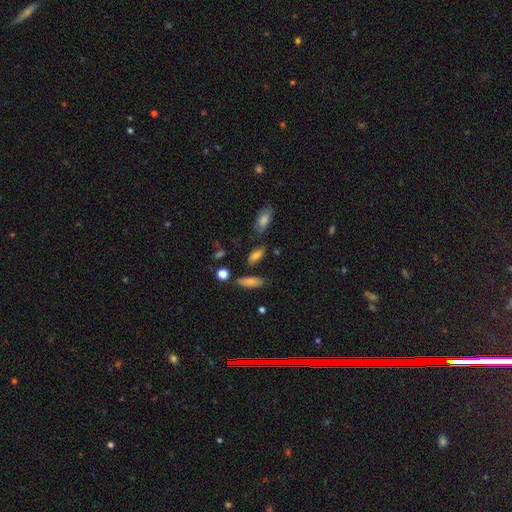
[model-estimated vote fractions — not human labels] A smooth galaxy with no disk features (71%) that is in between round and cigar-shaped (67%).

Vote fractions:
- Smooth or featured? smooth: 71% / featured or disk: 16% / star or artifact: 13%
- How rounded? in between: 67% / cigar-shaped: 27% / round: 6%
- Merging? none: 70% / minor disturbance: 16% / merger: 8% / major disturbance: 5%